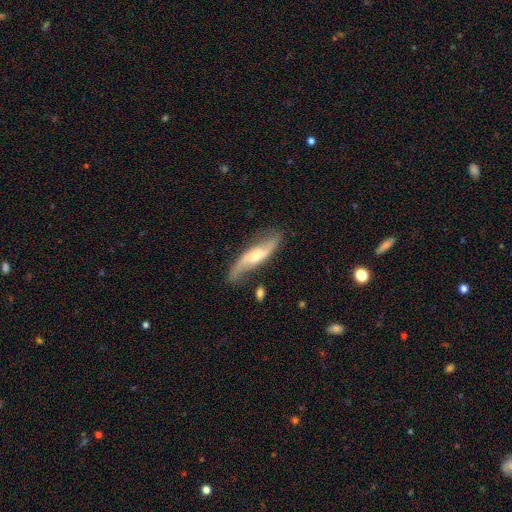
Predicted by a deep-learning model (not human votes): The model was most divided on "bulge size": moderate: 48%, small: 46%, large: 3%, none: 2%, dominant: 1%. More confident: spiral arms — yes (92%); spiral arm count — 2 (90%); edge-on disk — no (78%); smooth or featured — featured or disk (77%); merging — none (75%); spiral winding — loose (67%); bar — no (52%).